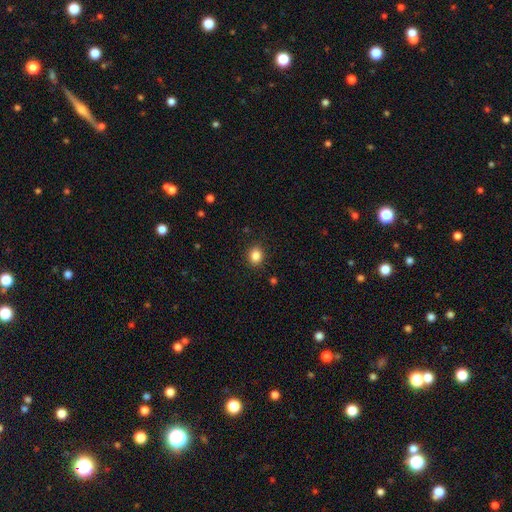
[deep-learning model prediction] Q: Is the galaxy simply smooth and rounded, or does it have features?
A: smooth — 86%.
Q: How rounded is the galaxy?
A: round — 56%.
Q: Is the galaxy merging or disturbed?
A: none — 89%.